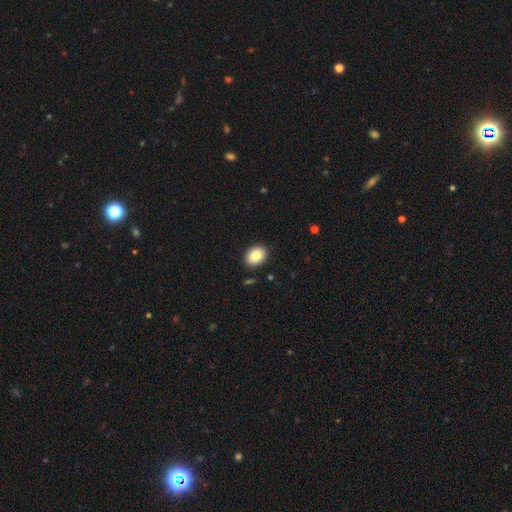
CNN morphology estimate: Smooth or featured? Predicted: smooth (p=0.85). How rounded? Predicted: in between (p=0.66). Merging? Predicted: none (p=0.90).